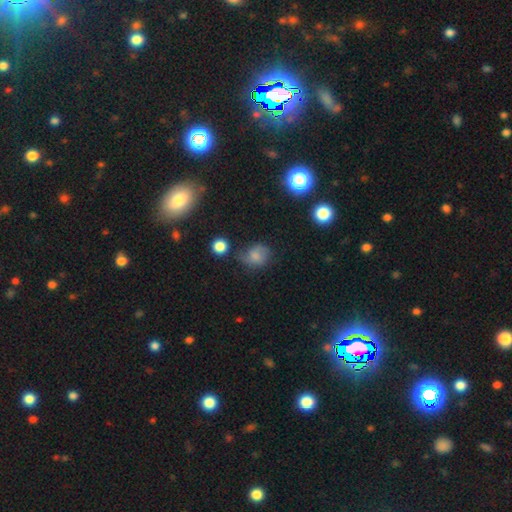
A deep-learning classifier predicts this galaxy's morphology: A smooth galaxy with no disk features (63%) that is round (57%). Merging: none (45%).